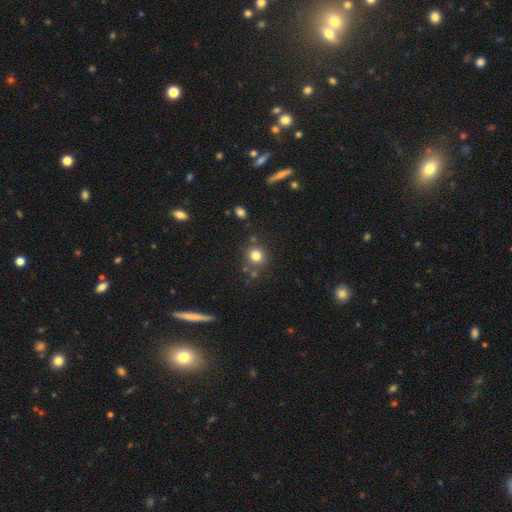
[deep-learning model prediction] This appears to be a smooth galaxy with no disk features (79%) that is round (87%). Merging: none (77%).